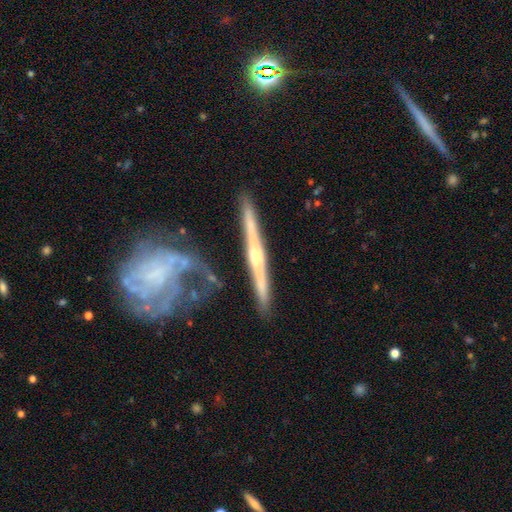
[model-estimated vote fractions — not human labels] Smooth or featured: featured or disk — 79% (smooth — 15%)
Edge-on disk: yes — 95% (no — 5%)
Edge-on bulge: rounded — 77% (none — 17%)
Merging: none — 77% (minor disturbance — 13%)